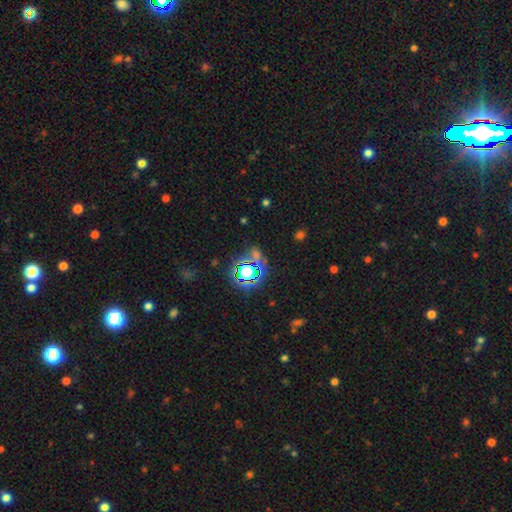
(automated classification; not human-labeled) Smooth or featured?
  - star or artifact: 68% *
  - smooth: 23%
  - featured or disk: 9%